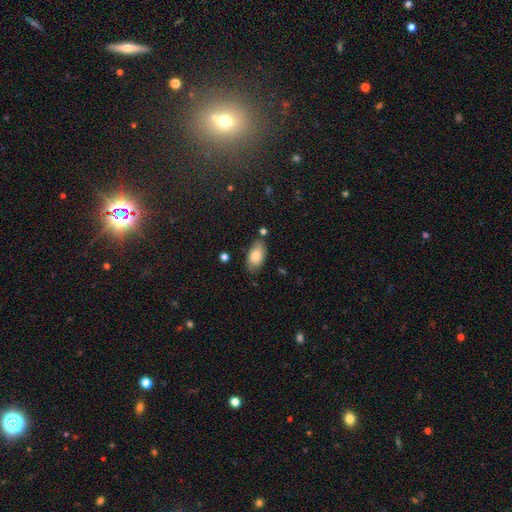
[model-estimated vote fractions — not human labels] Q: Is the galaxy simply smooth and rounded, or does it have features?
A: smooth — 82%.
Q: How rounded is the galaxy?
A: in between — 94%.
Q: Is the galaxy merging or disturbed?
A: none — 72%.